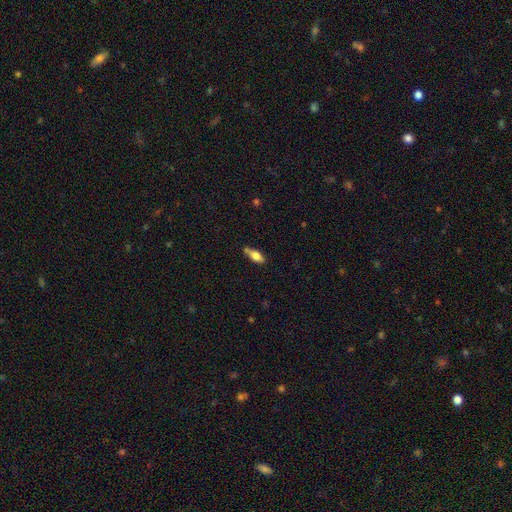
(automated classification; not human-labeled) Smooth or featured: smooth — 70% (featured or disk — 23%)
How rounded: in between — 75% (cigar-shaped — 22%)
Merging: none — 66% (minor disturbance — 20%)